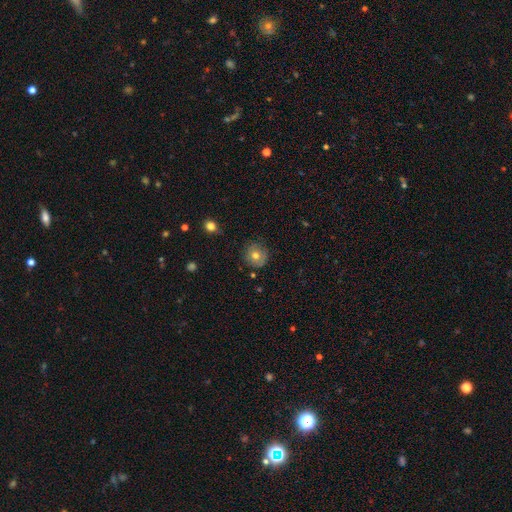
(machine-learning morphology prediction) smooth_or_featured: smooth (p=0.69) [alt: featured or disk p=0.19]
how_rounded: round (p=0.93) [alt: in between p=0.06]
merging: none (p=0.82) [alt: minor disturbance p=0.13]